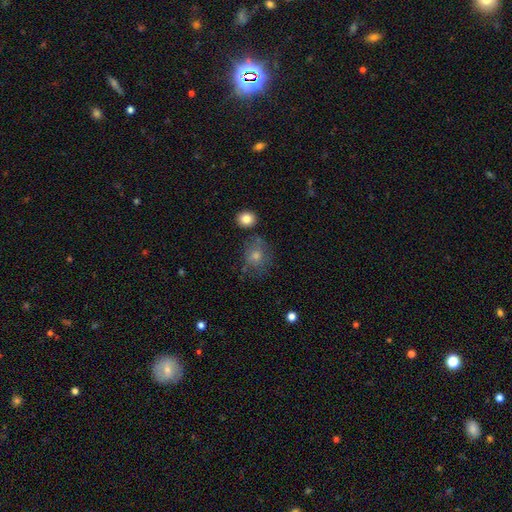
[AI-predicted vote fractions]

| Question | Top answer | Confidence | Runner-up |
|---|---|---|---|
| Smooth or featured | smooth | 55% | featured or disk (24%) |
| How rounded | round | 75% | in between (24%) |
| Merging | none | 69% | minor disturbance (17%) |